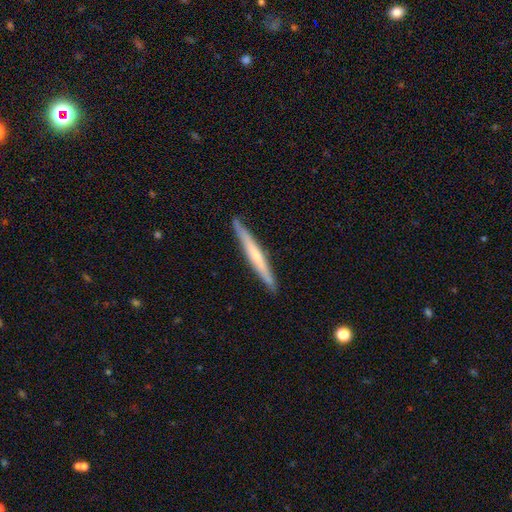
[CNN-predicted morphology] This is possibly a featured or disk galaxy (50%). It is clearly viewed edge-on (96%). Merging: clearly none (90%).